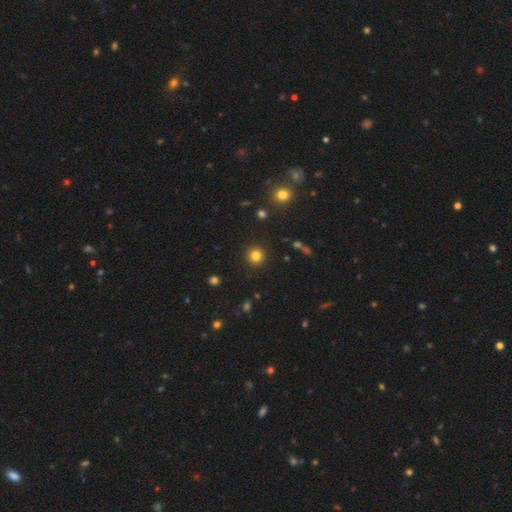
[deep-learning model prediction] Overall: smooth (82%). How rounded: round (93%). Merging: none (91%).